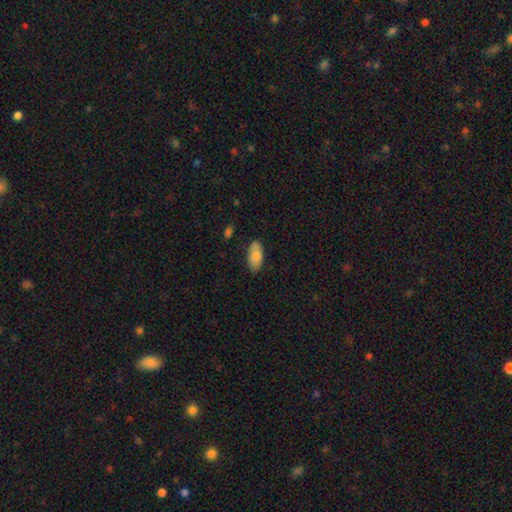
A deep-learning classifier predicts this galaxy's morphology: smooth_or_featured: smooth (p=0.76) [alt: featured or disk p=0.18]
how_rounded: in between (p=0.92) [alt: cigar-shaped p=0.05]
merging: none (p=0.81) [alt: minor disturbance p=0.14]